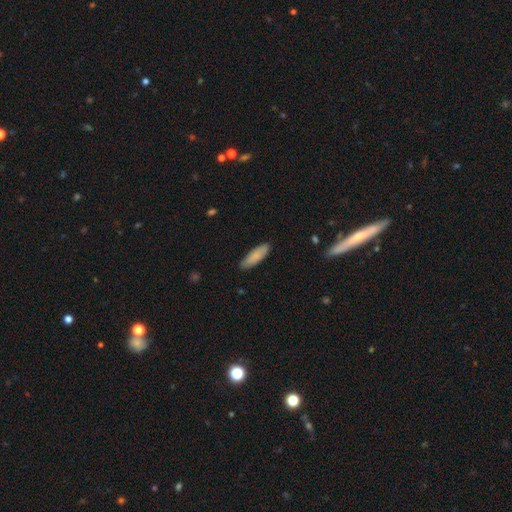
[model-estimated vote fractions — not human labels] The model was most divided on "how rounded" (2-way tie): in between: 49%, cigar-shaped: 49%, round: 1%. More confident: merging — none (85%); smooth or featured — smooth (84%).